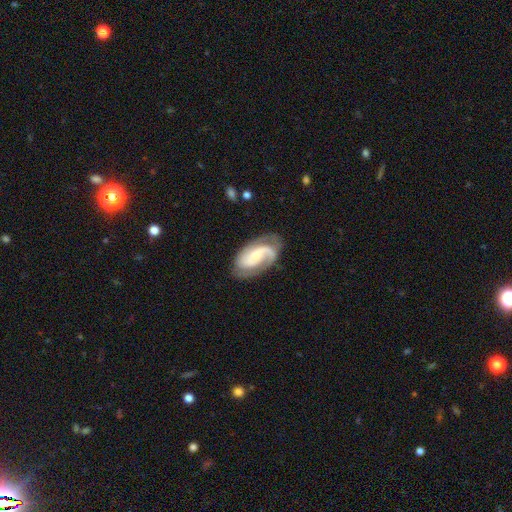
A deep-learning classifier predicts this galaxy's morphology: A featured or disk galaxy (81%) with no bar (52%), 2 (65%) medium (45%) spiral arms (96%) and a small central bulge (57%). Merging: none (67%).